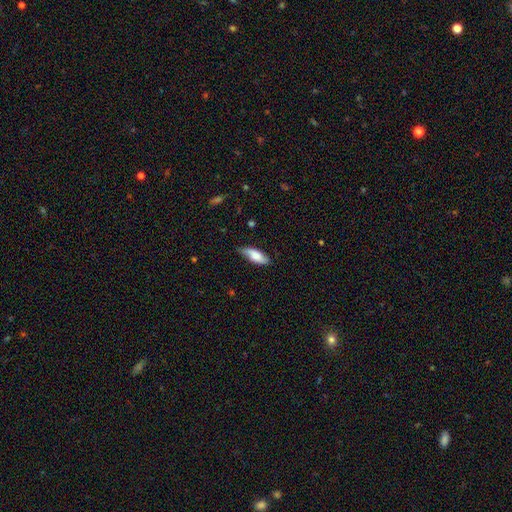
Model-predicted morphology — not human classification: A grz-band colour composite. It shows a smooth galaxy with no disk features (70%) that is in between round and cigar-shaped (71%). Merging: none (70%).